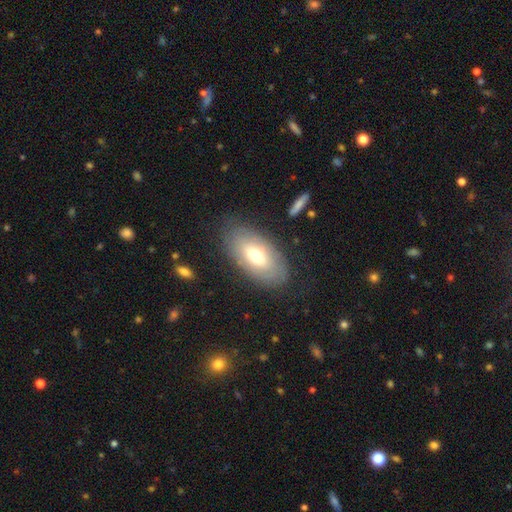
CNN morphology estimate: Overall: smooth (56%; featured or disk 37%). How rounded: in between (93%). Merging: none (80%).